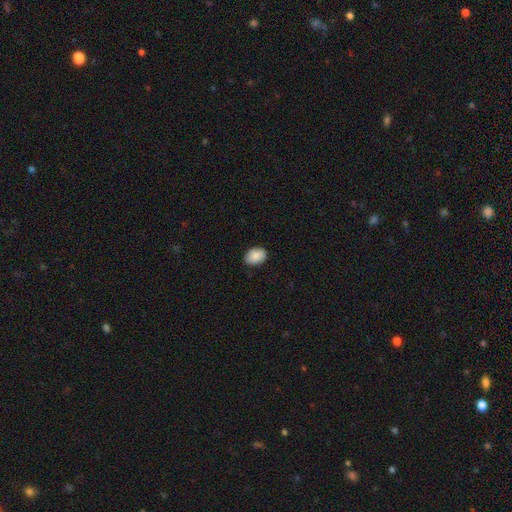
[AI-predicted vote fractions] A smooth galaxy with no disk features (88%) that is in between round and cigar-shaped (75%).

Vote fractions:
- Smooth or featured? smooth: 88% / star or artifact: 7% / featured or disk: 5%
- How rounded? in between: 75% / round: 24% / cigar-shaped: 1%
- Merging? none: 83% / minor disturbance: 14% / major disturbance: 2% / merger: 1%